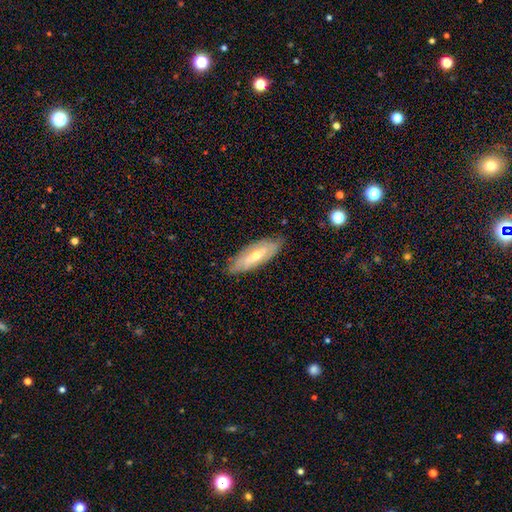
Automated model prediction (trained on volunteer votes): The model was most divided on "smooth or featured": featured or disk: 55%, smooth: 39%, star or artifact: 6%. More confident: merging — none (81%); edge-on disk — no (72%).